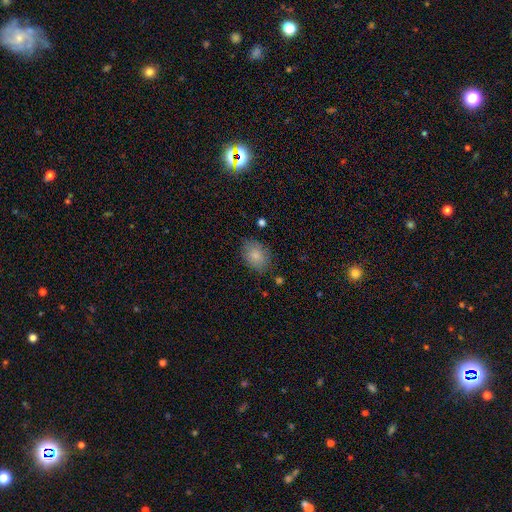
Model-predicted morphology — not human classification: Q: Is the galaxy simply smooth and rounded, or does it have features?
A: smooth — 84%.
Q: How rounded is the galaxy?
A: in between — 70%.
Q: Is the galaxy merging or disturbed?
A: none — 79%.